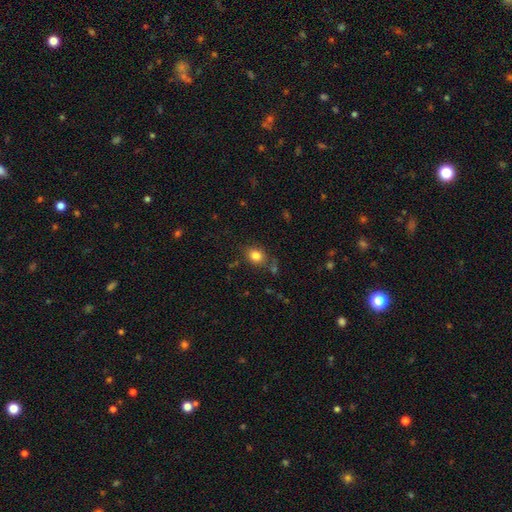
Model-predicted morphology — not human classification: A smooth galaxy with no disk features (82%) that is in between round and cigar-shaped (49%, tied with round).

Vote fractions:
- Smooth or featured? smooth: 82% / star or artifact: 11% / featured or disk: 7%
- How rounded? in between: 49% (tied) / round: 49% (tied) / cigar-shaped: 1%
- Merging? none: 74% / minor disturbance: 15% / merger: 5% / major disturbance: 5%